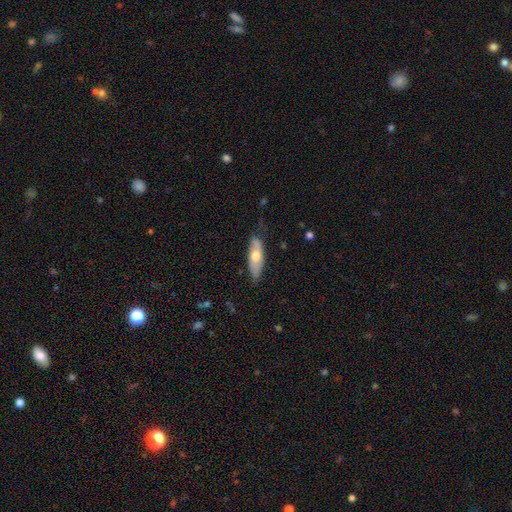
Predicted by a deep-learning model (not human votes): A smooth galaxy with no disk features (57%) that is in between round and cigar-shaped (66%). Merging: none (69%).